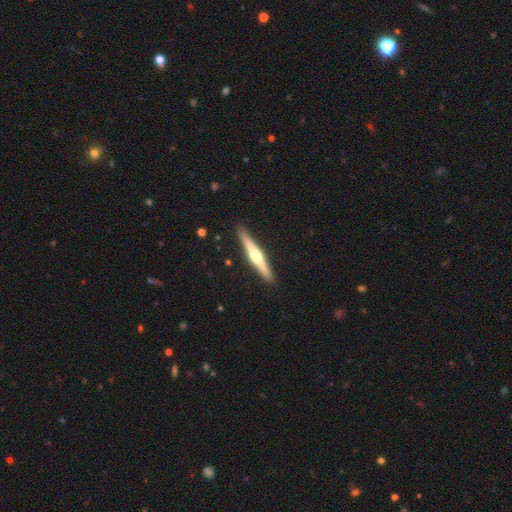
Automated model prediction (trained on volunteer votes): Smooth or featured? featured or disk (67%)
Edge-on disk? yes (98%)
Edge-on bulge? rounded (89%)
Merging? none (91%)